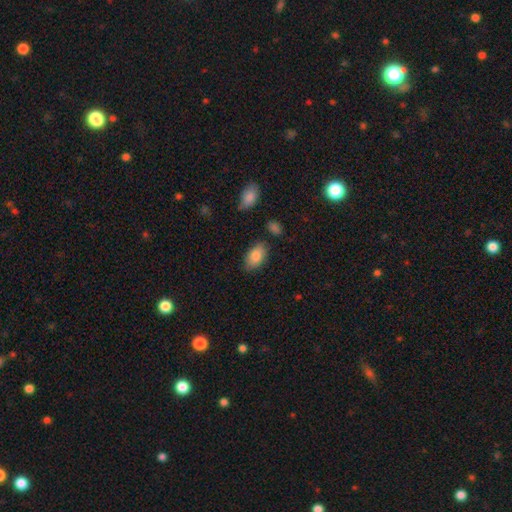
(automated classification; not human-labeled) Overall: smooth (86%). How rounded: in between (92%). Merging: none (79%).